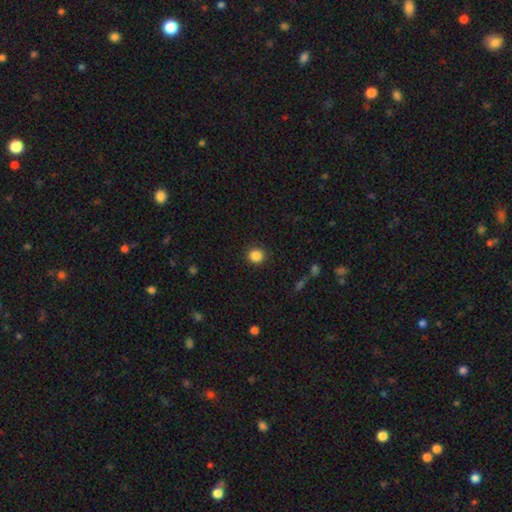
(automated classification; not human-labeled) Smooth or featured?
  - smooth: 87% *
  - star or artifact: 10%
  - featured or disk: 3%
How rounded?
  - round: 91% *
  - in between: 8%
  - cigar-shaped: 1%
Merging?
  - none: 91% *
  - minor disturbance: 6%
  - major disturbance: 2%
  - merger: 1%